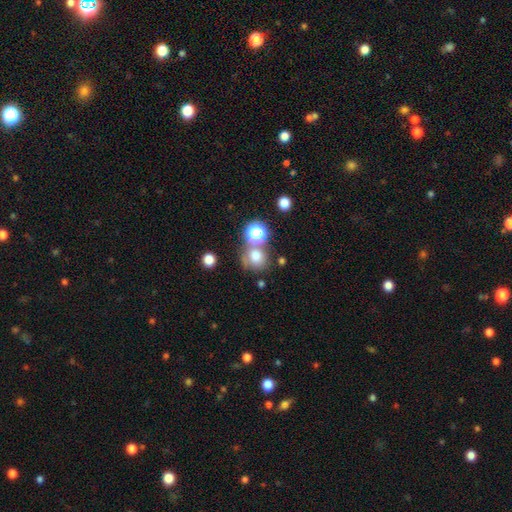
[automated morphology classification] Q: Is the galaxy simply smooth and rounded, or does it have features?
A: smooth — 73%.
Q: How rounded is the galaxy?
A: round — 82%.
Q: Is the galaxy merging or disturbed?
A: none — 56%.